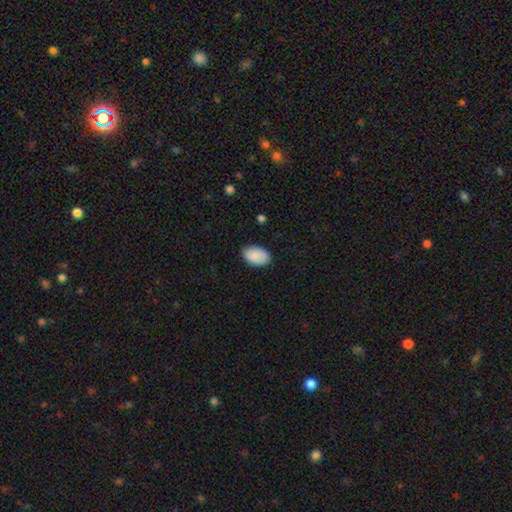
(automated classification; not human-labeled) Overall: smooth (90%). How rounded: in between (91%). Merging: none (84%).